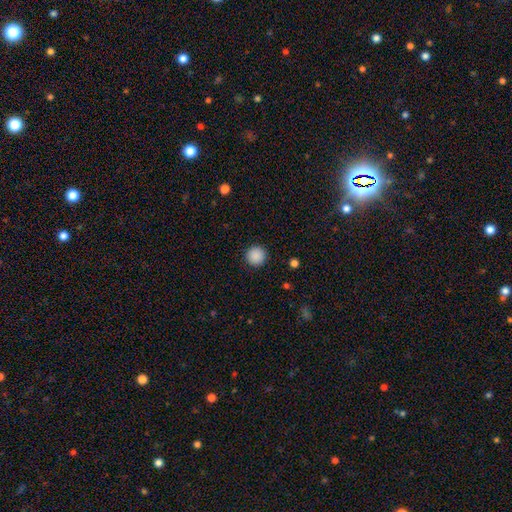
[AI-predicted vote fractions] Overall: smooth (89%). How rounded: round (96%). Merging: none (92%).